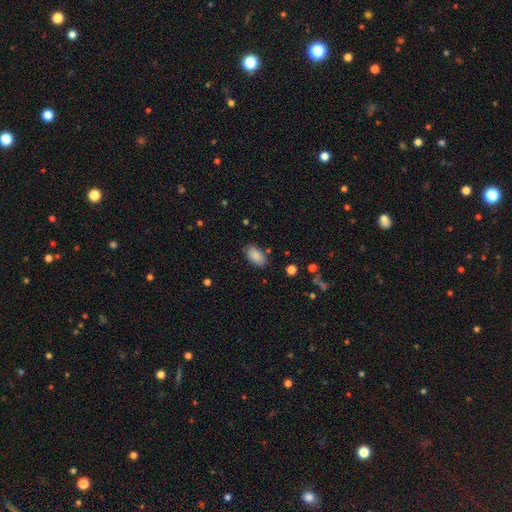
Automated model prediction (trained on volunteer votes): smooth_or_featured: smooth (p=0.88) [alt: star or artifact p=0.07]
how_rounded: in between (p=0.93) [alt: round p=0.05]
merging: none (p=0.82) [alt: minor disturbance p=0.13]